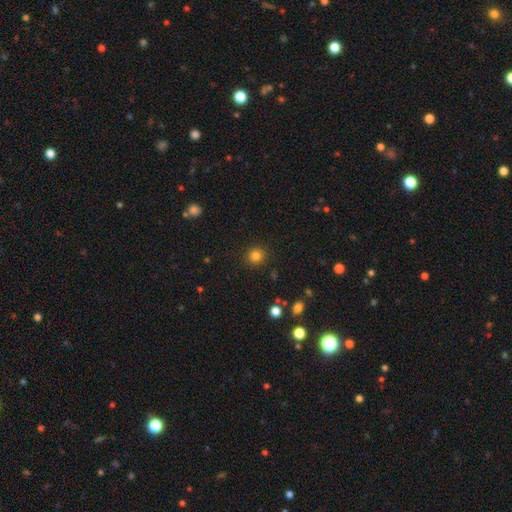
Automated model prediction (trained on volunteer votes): A smooth galaxy with no disk features (82%) that is round (90%). Merging: none (90%).